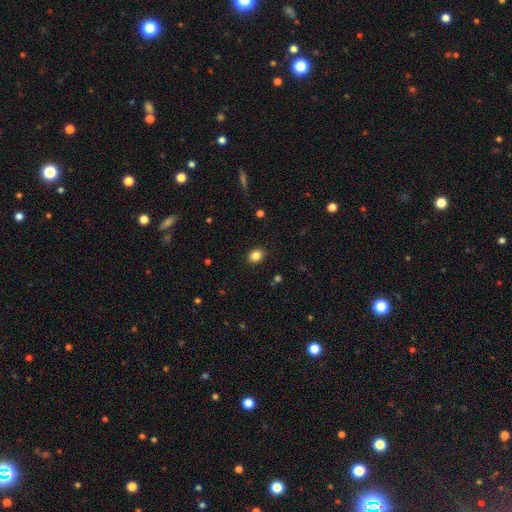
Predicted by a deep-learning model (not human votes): The model was most divided on "how rounded": round: 68%, in between: 31%, cigar-shaped: 1%. More confident: merging — none (89%); smooth or featured — smooth (84%).